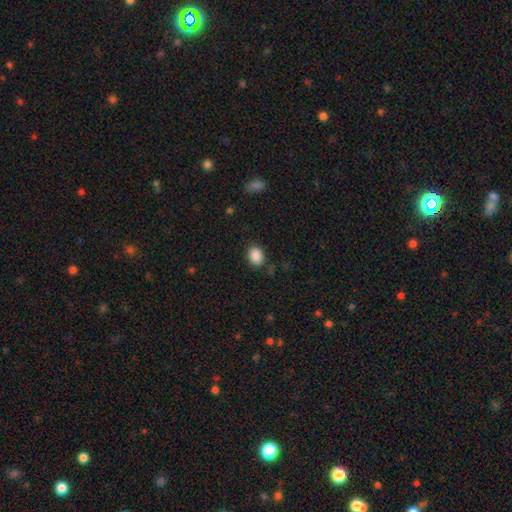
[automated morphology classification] smooth-or-featured: smooth: 88% | star or artifact: 9% | featured or disk: 3%
  how-rounded: in between: 59% | round: 40% | cigar-shaped: 1%
  merging: none: 82% | minor disturbance: 12% | major disturbance: 3% | merger: 2%